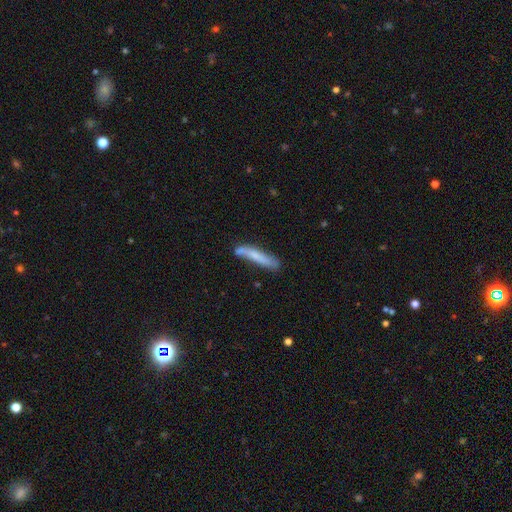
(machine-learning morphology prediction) Q: Smooth or featured?
A: smooth (60%); runner-up: featured or disk (34%)
Q: How rounded?
A: cigar-shaped (91%); runner-up: in between (8%)
Q: Merging?
A: none (64%); runner-up: minor disturbance (23%)